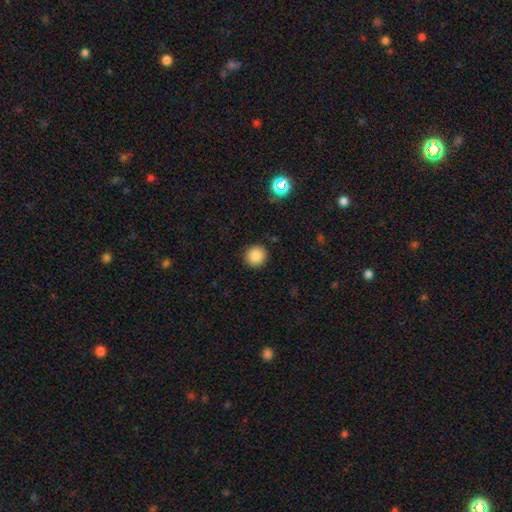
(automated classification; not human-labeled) Smooth or featured? smooth (87%)
How rounded? round (94%)
Merging? none (92%)